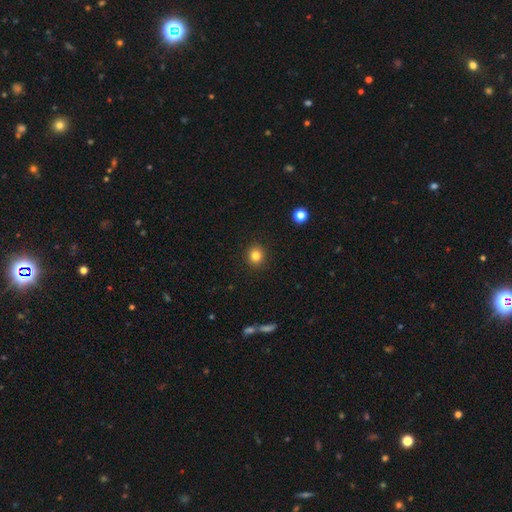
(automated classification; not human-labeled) The model was most divided on "smooth or featured": smooth: 82%, star or artifact: 12%, featured or disk: 6%. More confident: merging — none (91%); how rounded — round (88%).